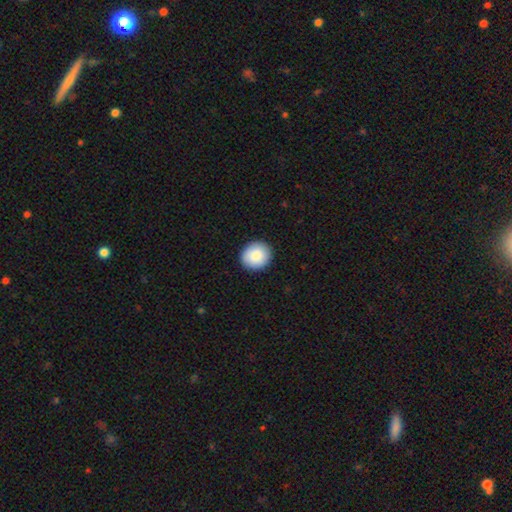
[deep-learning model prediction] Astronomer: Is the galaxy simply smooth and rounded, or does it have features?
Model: smooth — 86%.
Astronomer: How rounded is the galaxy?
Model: round — 85%.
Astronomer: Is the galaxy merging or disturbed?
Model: none — 91%.